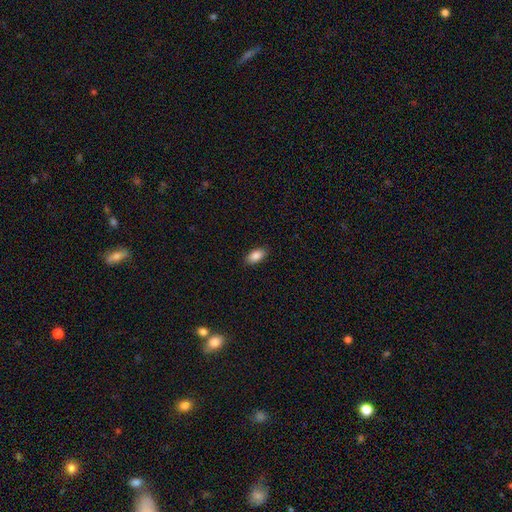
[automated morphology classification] smooth_or_featured: smooth (p=0.87) [alt: star or artifact p=0.07]
how_rounded: in between (p=0.92) [alt: cigar-shaped p=0.04]
merging: none (p=0.89) [alt: minor disturbance p=0.08]